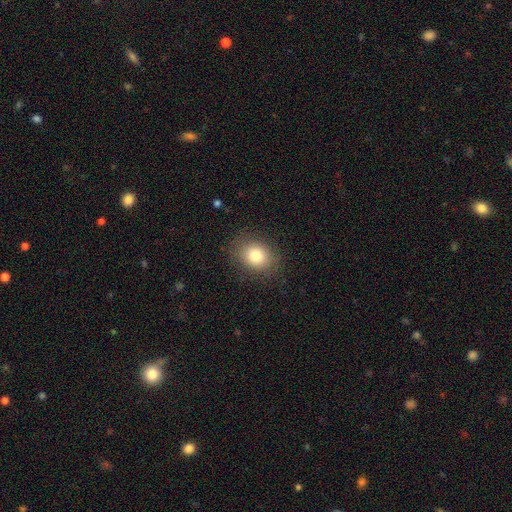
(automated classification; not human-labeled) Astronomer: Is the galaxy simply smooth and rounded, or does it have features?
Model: smooth — 81%.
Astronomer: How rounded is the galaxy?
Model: in between — 51% (runner-up: round, 48%).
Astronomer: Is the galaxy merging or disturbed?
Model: none — 85%.